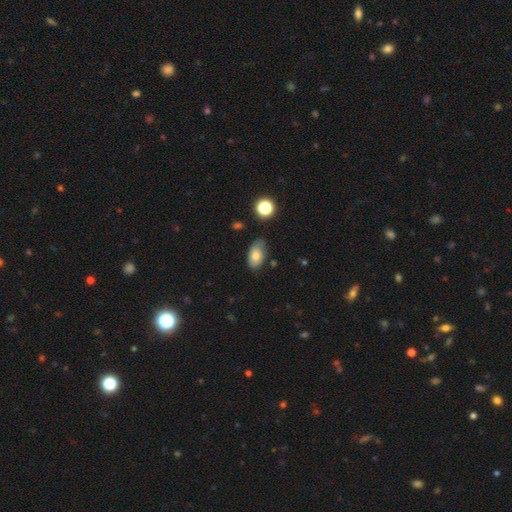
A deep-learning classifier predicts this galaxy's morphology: Smooth or featured? smooth (76%)
How rounded? in between (92%)
Merging? none (71%)